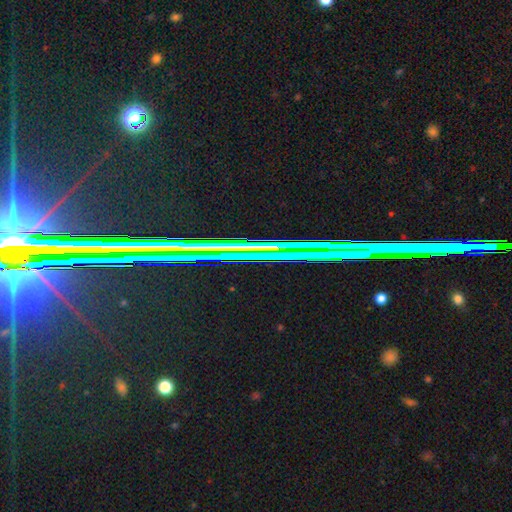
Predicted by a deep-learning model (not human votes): Smooth or featured? Predicted: star or artifact (p=0.79).